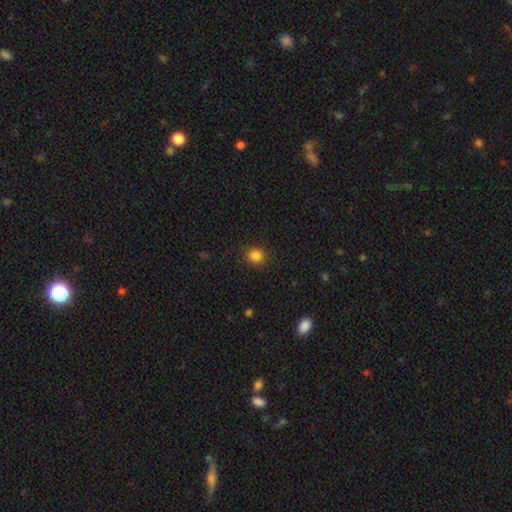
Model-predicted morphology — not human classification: smooth-or-featured: smooth: 85% | star or artifact: 11% | featured or disk: 4%
  how-rounded: round: 90% | in between: 9% | cigar-shaped: 1%
  merging: none: 90% | minor disturbance: 7% | major disturbance: 2% | merger: 1%